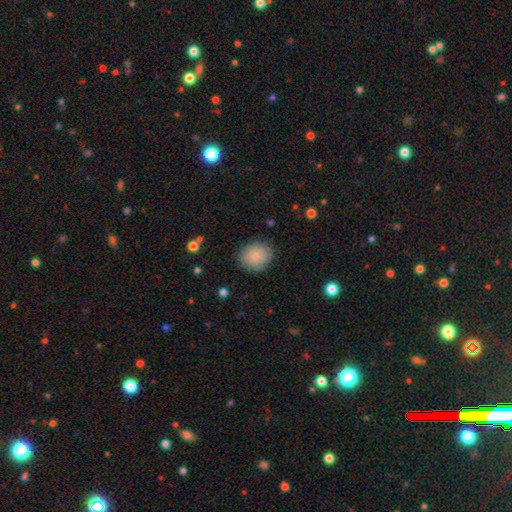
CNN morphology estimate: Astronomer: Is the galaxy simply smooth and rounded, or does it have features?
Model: smooth — 85%.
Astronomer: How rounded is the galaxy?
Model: round — 73%.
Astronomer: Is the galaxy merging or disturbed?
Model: none — 83%.